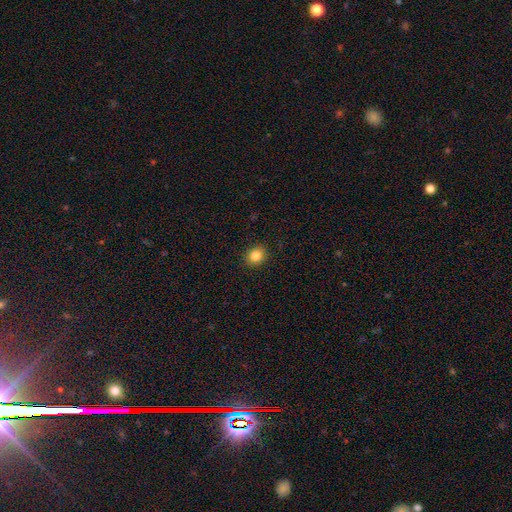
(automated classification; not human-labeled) This appears to be a smooth galaxy with no disk features (84%) that is round (66%). Merging: none (90%).